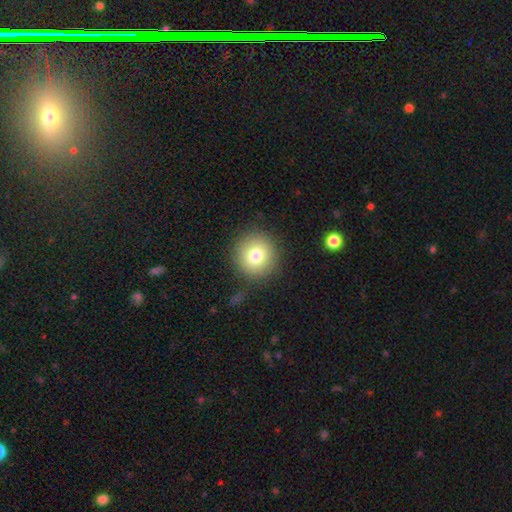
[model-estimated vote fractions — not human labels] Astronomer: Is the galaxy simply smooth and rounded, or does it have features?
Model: smooth — 78%.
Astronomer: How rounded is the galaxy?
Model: round — 94%.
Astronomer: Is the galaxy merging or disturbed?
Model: none — 87%.